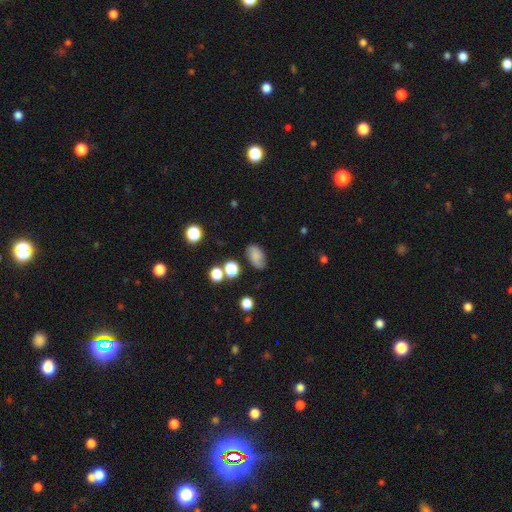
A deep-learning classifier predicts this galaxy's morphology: The model was most divided on "merging": none: 71%, minor disturbance: 20%, major disturbance: 6%, merger: 3%. More confident: how rounded — in between (88%); smooth or featured — smooth (75%).